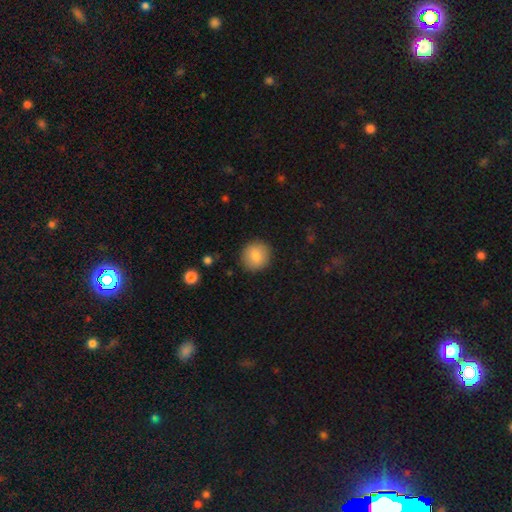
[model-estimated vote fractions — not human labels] Q: Smooth or featured?
A: smooth (85%); runner-up: star or artifact (8%)
Q: How rounded?
A: round (89%); runner-up: in between (10%)
Q: Merging?
A: none (90%); runner-up: minor disturbance (7%)